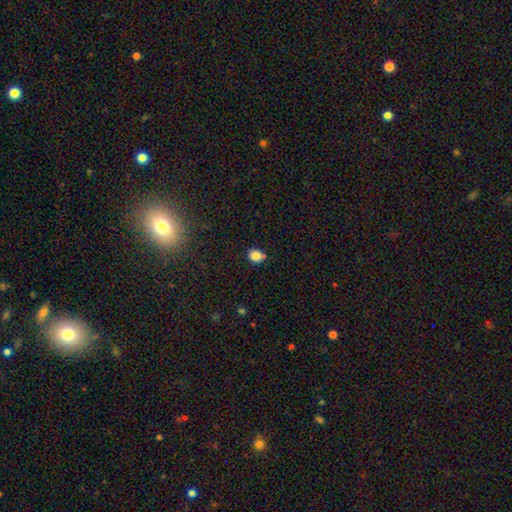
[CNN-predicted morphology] A smooth galaxy with no disk features (84%) that is round (73%). Merging: none (74%).